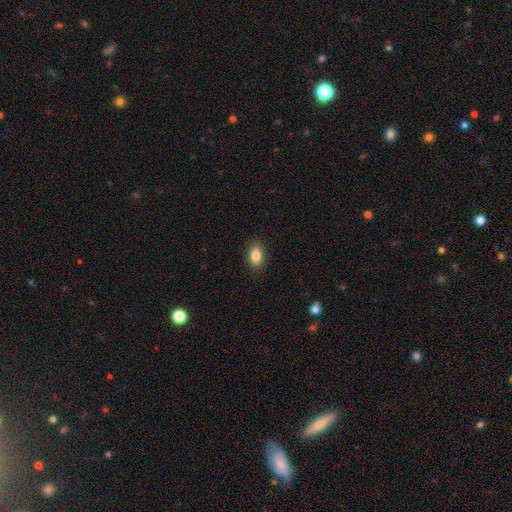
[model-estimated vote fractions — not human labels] A smooth galaxy with no disk features (85%) that is in between round and cigar-shaped (86%).

Vote fractions:
- Smooth or featured? smooth: 85% / star or artifact: 8% / featured or disk: 7%
- How rounded? in between: 86% / round: 12% / cigar-shaped: 2%
- Merging? none: 89% / minor disturbance: 8% / major disturbance: 2% / merger: 1%